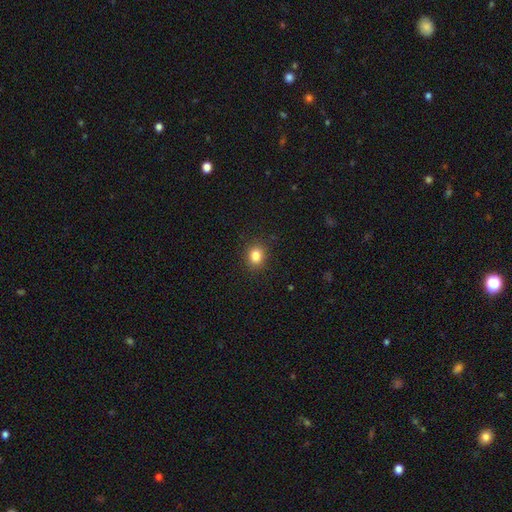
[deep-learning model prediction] The model was most divided on "how rounded": round: 64%, in between: 35%, cigar-shaped: 1%. More confident: merging — none (89%); smooth or featured — smooth (83%).